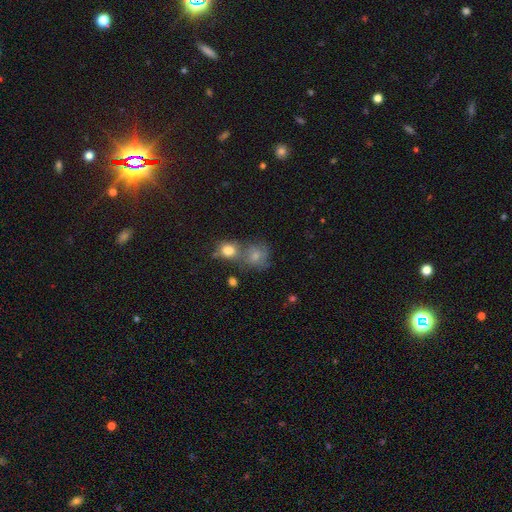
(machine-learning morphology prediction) Smooth or featured? smooth (66%)
How rounded? round (71%)
Merging? merger (39%)